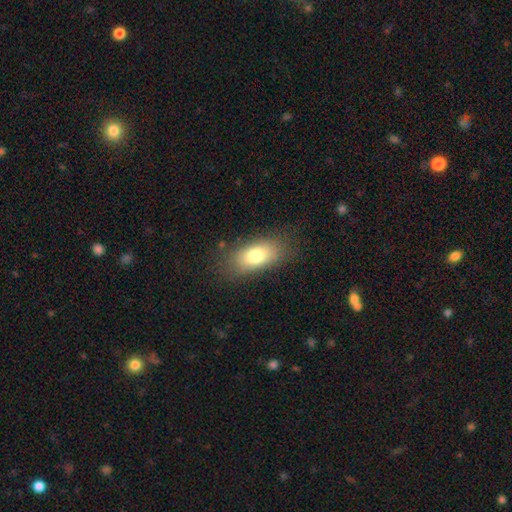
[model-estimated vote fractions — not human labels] Smooth or featured: smooth — 78% (featured or disk — 14%)
How rounded: in between — 87% (cigar-shaped — 7%)
Merging: none — 78% (minor disturbance — 14%)